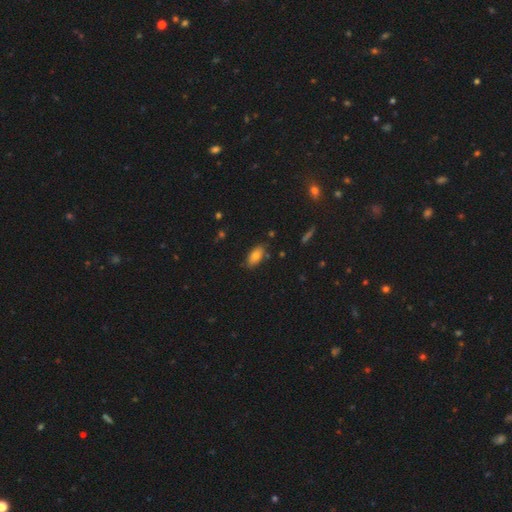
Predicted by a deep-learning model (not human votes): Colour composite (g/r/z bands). It shows a smooth galaxy with no disk features (77%) that is in between round and cigar-shaped (89%). Merging: none (81%).